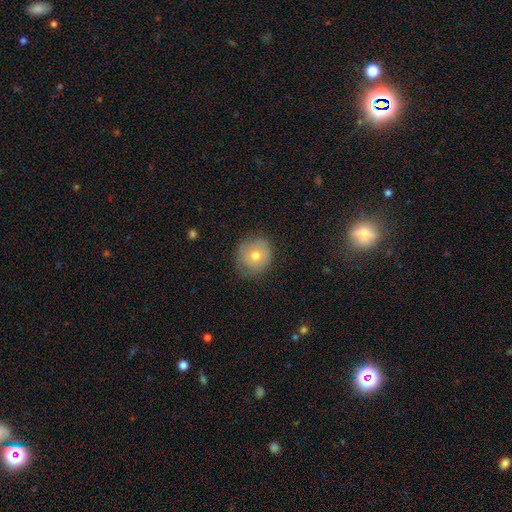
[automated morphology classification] type=smooth (63%); roundness=round (87%); merging=none (74%).